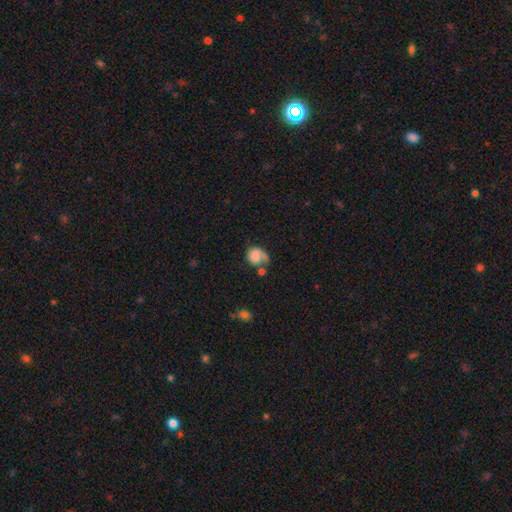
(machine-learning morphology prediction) This is possibly a smooth galaxy (58%). How rounded: possibly round (59%). Merging: marginally none (34%).